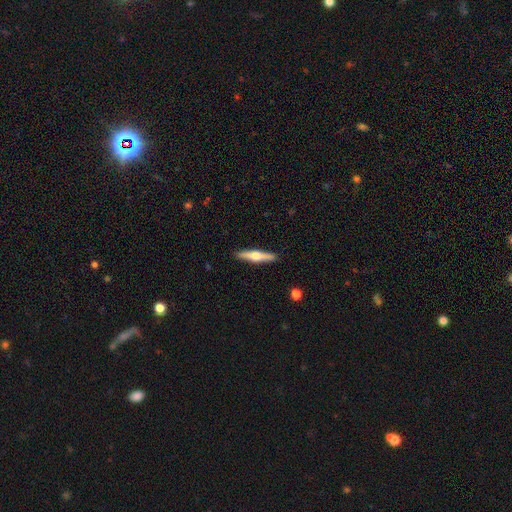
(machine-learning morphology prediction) Q: Smooth or featured?
A: featured or disk (60%); runner-up: smooth (35%)
Q: Edge-on disk?
A: yes (97%); runner-up: no (3%)
Q: Edge-on bulge?
A: rounded (92%); runner-up: boxy (4%)
Q: Merging?
A: none (91%); runner-up: minor disturbance (7%)